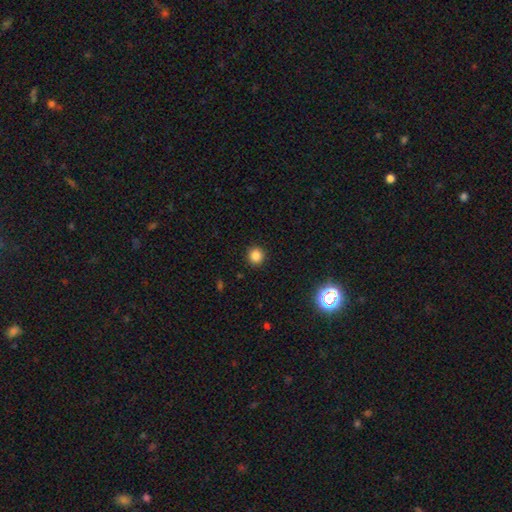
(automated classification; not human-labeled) This appears to be a smooth galaxy with no disk features (84%) that is round (94%). Merging: none (92%).